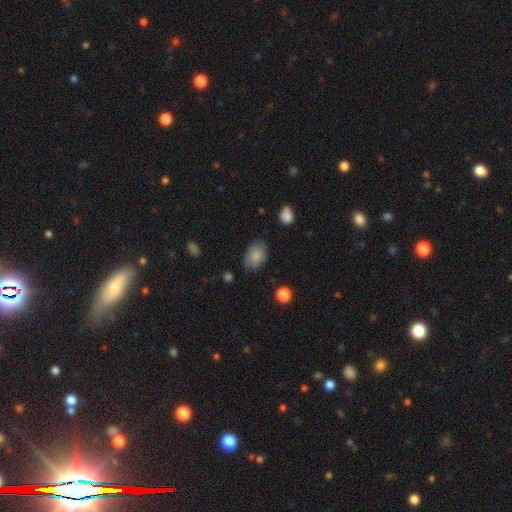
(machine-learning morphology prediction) This appears to be a smooth galaxy with no disk features (82%) that is in between round and cigar-shaped (88%). Merging: none (74%).